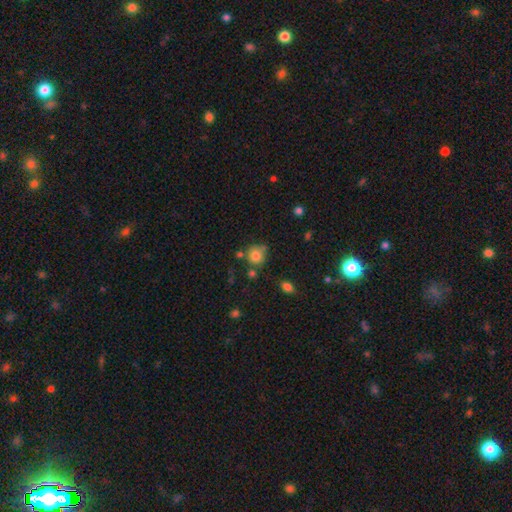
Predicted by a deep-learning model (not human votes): Q: Smooth or featured?
A: smooth (81%); runner-up: star or artifact (12%)
Q: How rounded?
A: round (87%); runner-up: in between (12%)
Q: Merging?
A: none (67%); runner-up: minor disturbance (17%)